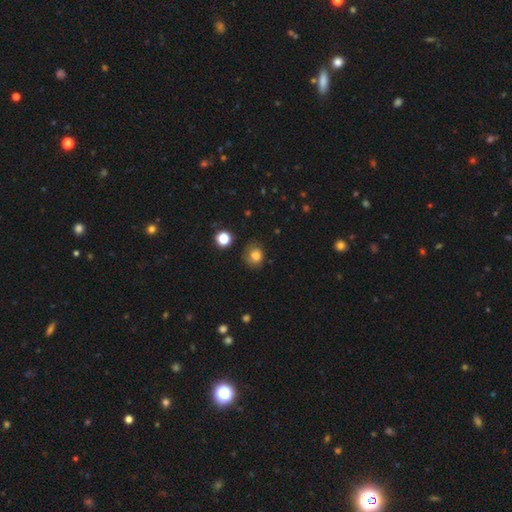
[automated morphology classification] Smooth or featured: smooth — 79% (star or artifact — 13%)
How rounded: round — 70% (in between — 29%)
Merging: none — 68% (minor disturbance — 22%)